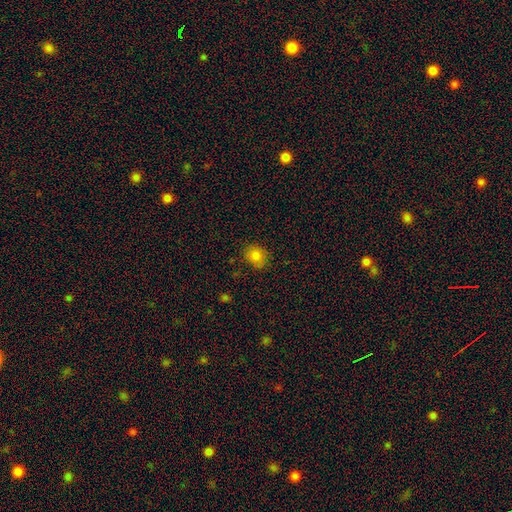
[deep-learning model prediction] smooth_or_featured: smooth (p=0.82) [alt: star or artifact p=0.11]
how_rounded: round (p=0.64) [alt: in between p=0.35]
merging: none (p=0.82) [alt: minor disturbance p=0.14]